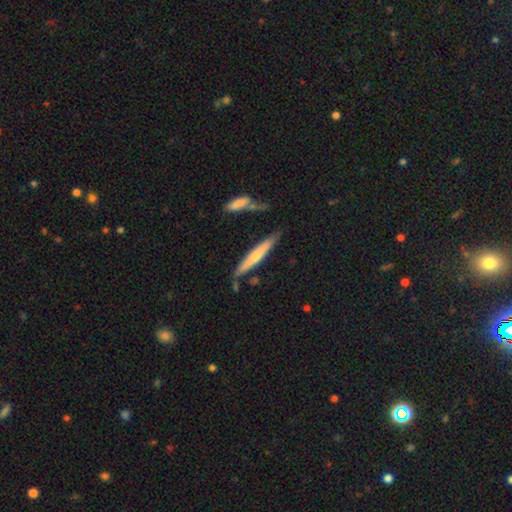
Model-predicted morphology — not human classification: Smooth or featured?
  - smooth: 52% *
  - featured or disk: 42%
  - star or artifact: 5%
How rounded?
  - cigar-shaped: 93% *
  - in between: 6%
  - round: 1%
Merging?
  - none: 72% *
  - minor disturbance: 16%
  - merger: 8%
  - major disturbance: 4%